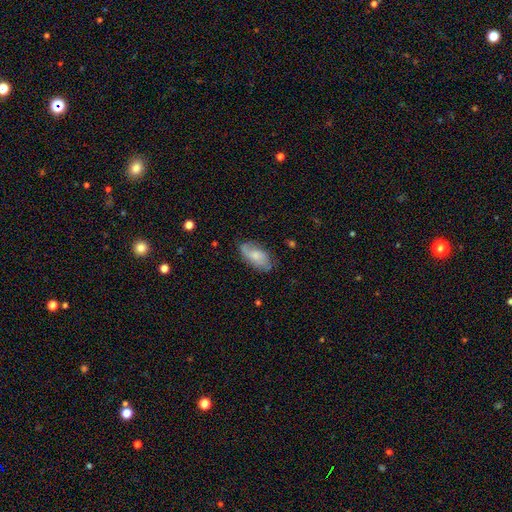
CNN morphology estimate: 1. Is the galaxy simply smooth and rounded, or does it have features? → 57% smooth, 36% featured or disk, 7% star or artifact.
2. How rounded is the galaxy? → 91% in between, 5% cigar-shaped, 3% round.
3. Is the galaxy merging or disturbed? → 68% none, 23% minor disturbance, 7% major disturbance, 2% merger.